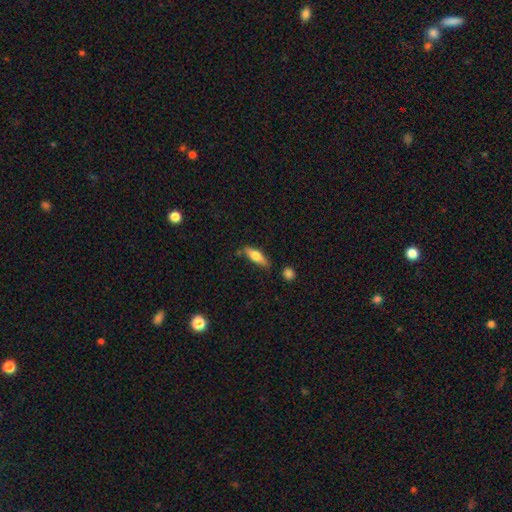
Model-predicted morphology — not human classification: Smooth or featured?
  - smooth: 57% *
  - featured or disk: 36%
  - star or artifact: 6%
How rounded?
  - cigar-shaped: 55% *
  - in between: 43%
  - round: 3%
Merging?
  - none: 76% *
  - minor disturbance: 16%
  - merger: 4%
  - major disturbance: 4%